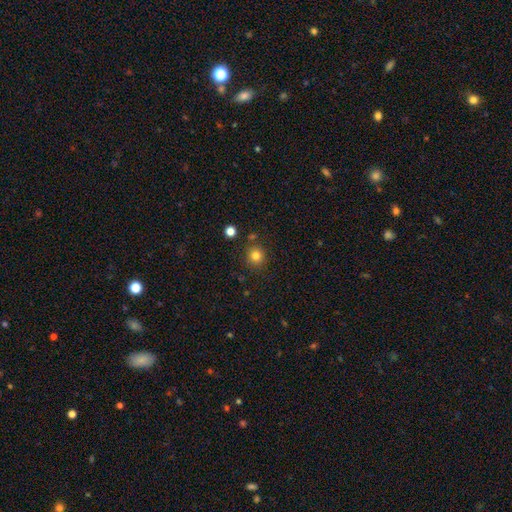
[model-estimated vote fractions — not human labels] Overall: smooth (81%). How rounded: round (91%). Merging: none (85%).